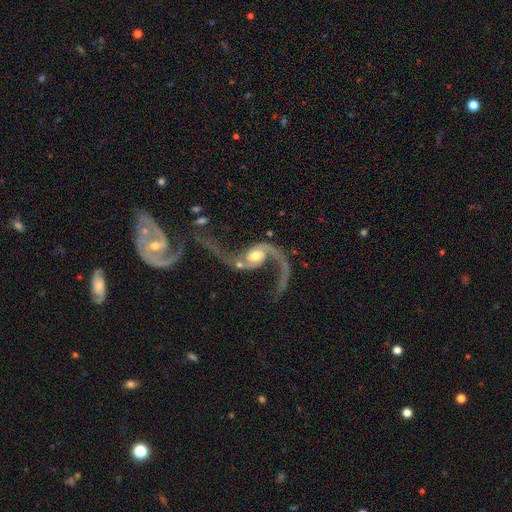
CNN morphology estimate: Smooth or featured? Predicted: featured or disk (p=0.91). Edge-on disk? Predicted: no (p=0.97). Bar? Predicted: no (p=0.49). Spiral arms? Predicted: yes (p=0.96). Spiral winding? Predicted: loose (p=0.87). Spiral arm count? Predicted: 2 (p=0.92). Bulge size? Predicted: moderate (p=0.65). Merging? Predicted: none (p=0.43).